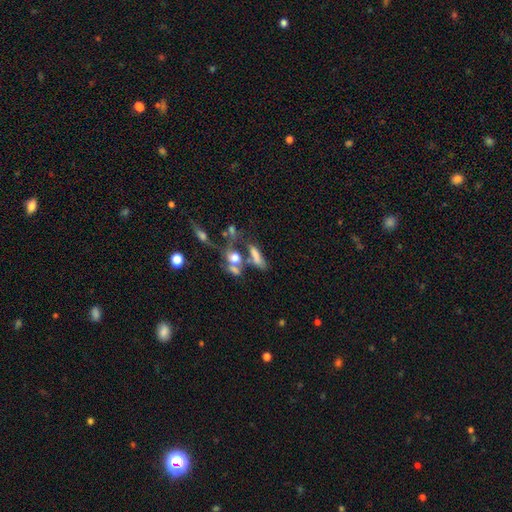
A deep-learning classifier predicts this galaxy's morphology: Q: Smooth or featured?
A: smooth (64%); runner-up: featured or disk (22%)
Q: How rounded?
A: in between (54%); runner-up: cigar-shaped (35%)
Q: Merging?
A: merger (39%); runner-up: none (34%)